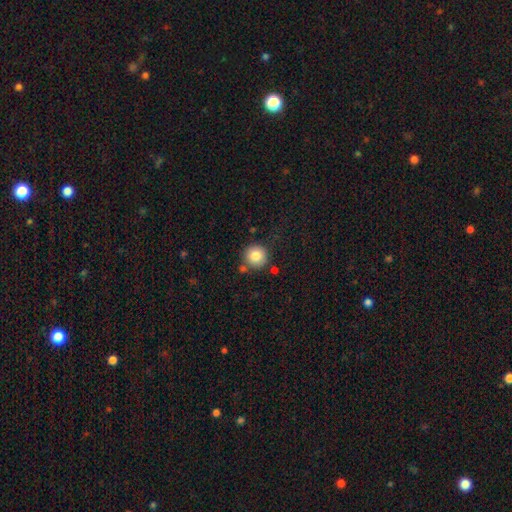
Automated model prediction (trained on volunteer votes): smooth 82%, star or artifact 10%, featured or disk 8%. Down the decision tree: how rounded — round (94%); merging — none (80%).